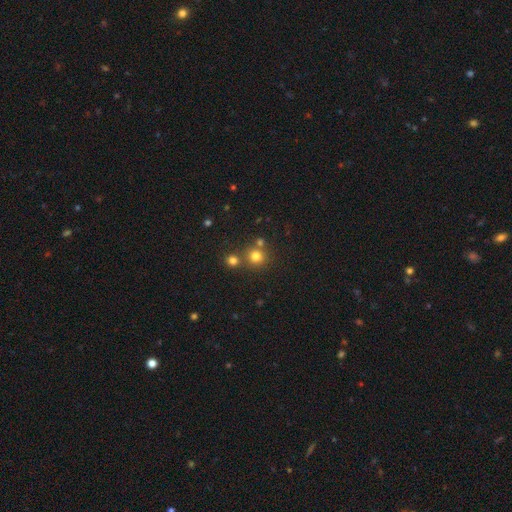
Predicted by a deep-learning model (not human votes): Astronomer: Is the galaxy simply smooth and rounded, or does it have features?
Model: smooth — 75%.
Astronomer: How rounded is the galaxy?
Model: round — 91%.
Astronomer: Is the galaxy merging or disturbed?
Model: none — 68%.